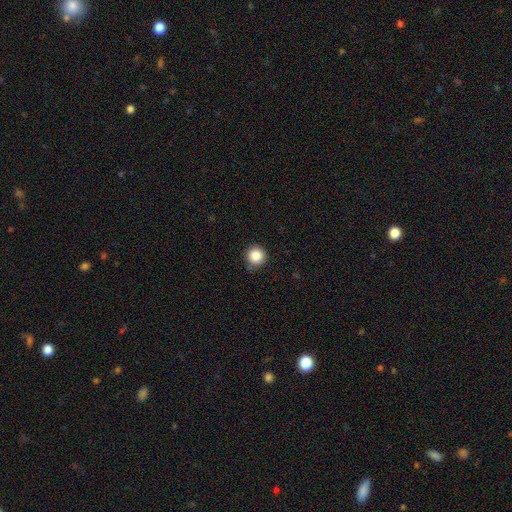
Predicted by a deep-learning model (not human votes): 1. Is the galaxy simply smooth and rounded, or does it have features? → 86% smooth, 10% star or artifact, 4% featured or disk.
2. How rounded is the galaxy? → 95% round, 4% in between, 1% cigar-shaped.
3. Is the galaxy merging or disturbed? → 86% none, 10% minor disturbance, 2% major disturbance, 2% merger.